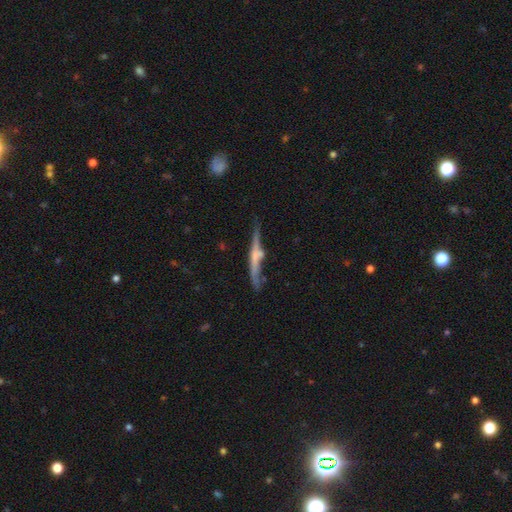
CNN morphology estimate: Smooth or featured: featured or disk — 63% (smooth — 30%)
Edge-on disk: yes — 94% (no — 6%)
Edge-on bulge: rounded — 50% (none — 32%)
Merging: none — 65% (minor disturbance — 20%)